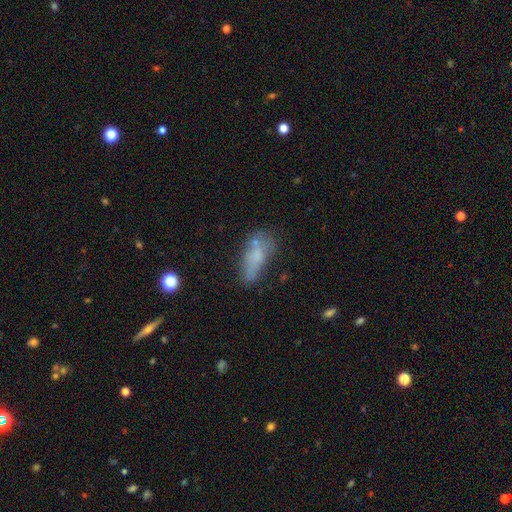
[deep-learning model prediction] A smooth galaxy with no disk features (62%) that is in between round and cigar-shaped (70%). Merging: none (42%).